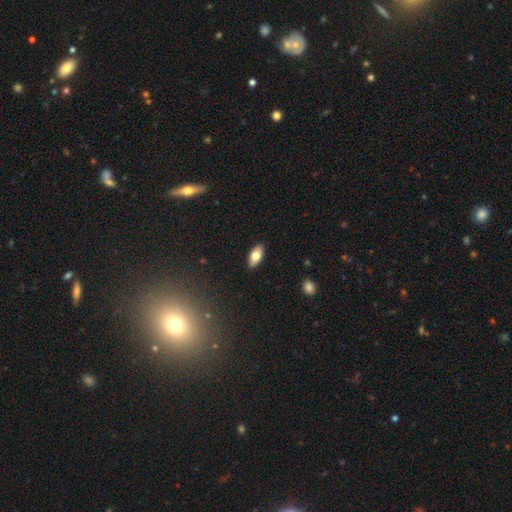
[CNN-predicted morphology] This appears to be a smooth galaxy with no disk features (75%) that is in between round and cigar-shaped (88%). Merging: none (90%).